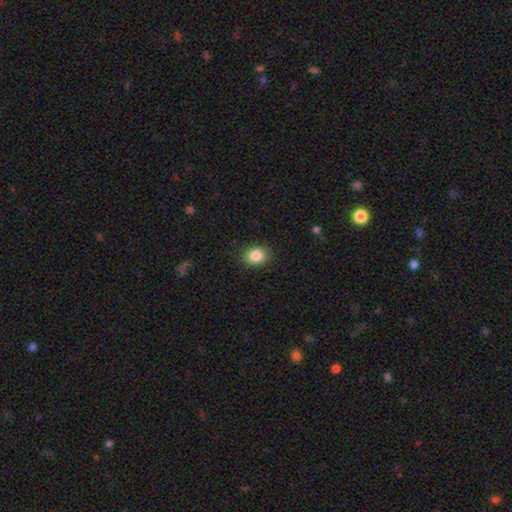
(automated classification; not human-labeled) Smooth or featured? smooth (86%)
How rounded? in between (54%)
Merging? none (88%)